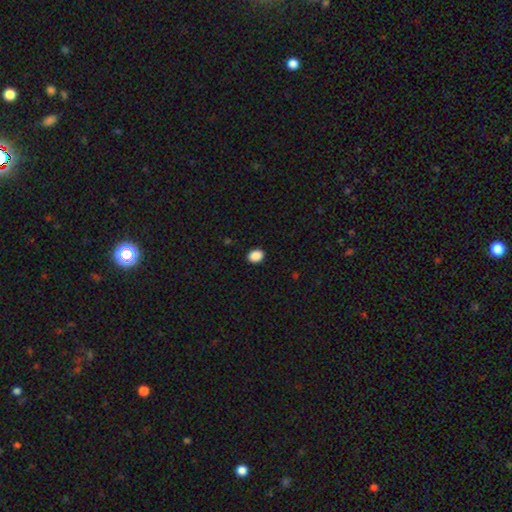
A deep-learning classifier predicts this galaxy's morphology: A smooth galaxy with no disk features (89%) that is in between round and cigar-shaped (61%). Merging: none (91%).